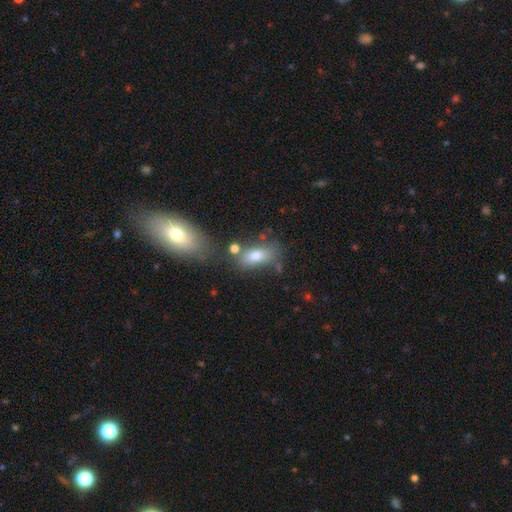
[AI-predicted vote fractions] Overall: smooth (74%). How rounded: in between (84%). Merging: none (56%; merger 20%).